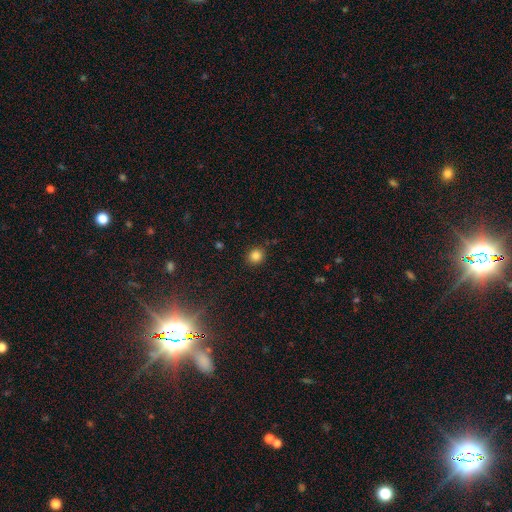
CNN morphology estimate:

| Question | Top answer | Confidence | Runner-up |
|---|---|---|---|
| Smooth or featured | smooth | 84% | star or artifact (12%) |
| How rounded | round | 87% | in between (12%) |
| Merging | none | 89% | minor disturbance (7%) |